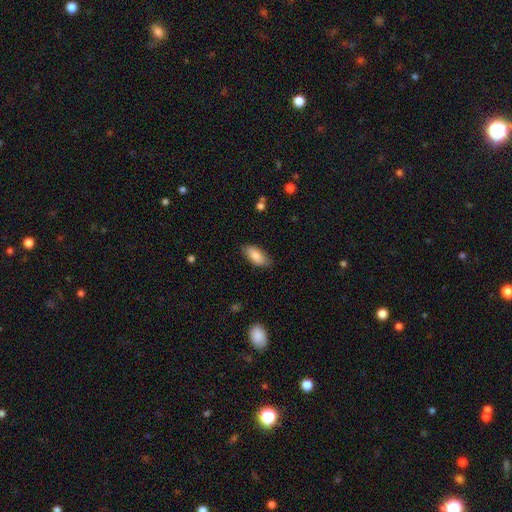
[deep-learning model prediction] smooth 85%, featured or disk 9%, star or artifact 6%. Down the decision tree: how rounded — in between (87%); merging — none (83%).